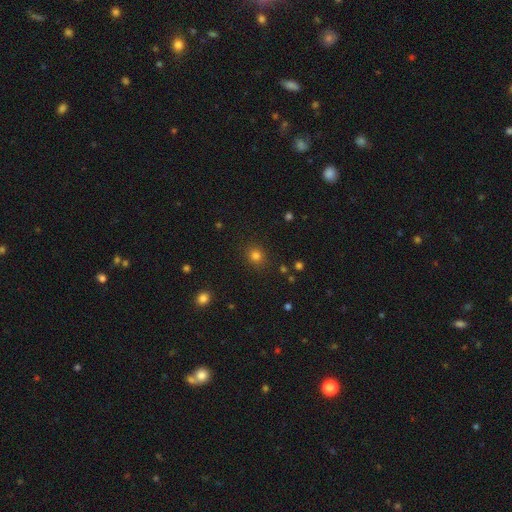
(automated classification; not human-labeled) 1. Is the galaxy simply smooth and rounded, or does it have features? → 80% smooth, 15% star or artifact, 5% featured or disk.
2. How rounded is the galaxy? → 84% round, 15% in between, 1% cigar-shaped.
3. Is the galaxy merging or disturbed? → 89% none, 7% minor disturbance, 3% major disturbance, 1% merger.